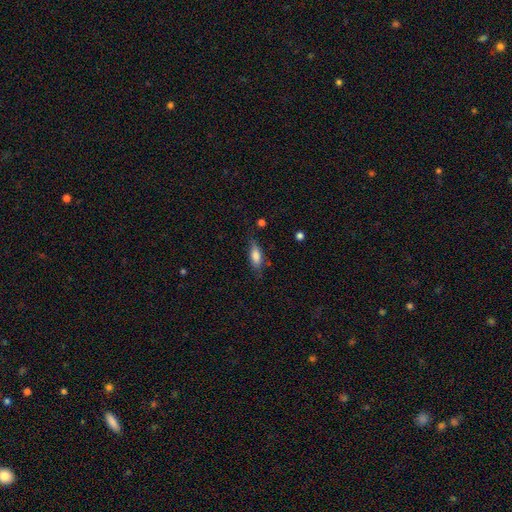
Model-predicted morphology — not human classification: A smooth galaxy with no disk features (77%) that is in between round and cigar-shaped (70%). Merging: none (66%).